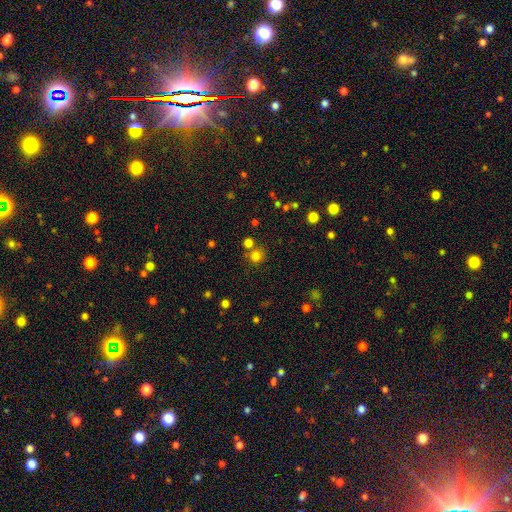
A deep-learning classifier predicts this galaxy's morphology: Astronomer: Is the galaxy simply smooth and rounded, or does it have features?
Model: smooth — 75%.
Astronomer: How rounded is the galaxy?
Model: round — 90%.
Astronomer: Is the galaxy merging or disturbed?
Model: none — 71%.